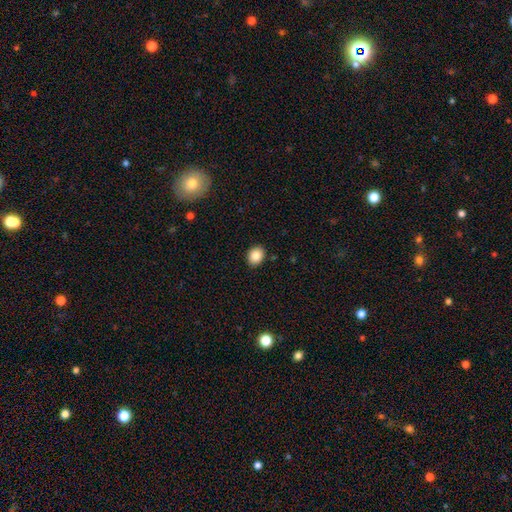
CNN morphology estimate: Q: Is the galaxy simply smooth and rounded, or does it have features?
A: smooth — 85%.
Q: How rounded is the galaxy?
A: in between — 53%.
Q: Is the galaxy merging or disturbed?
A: none — 90%.